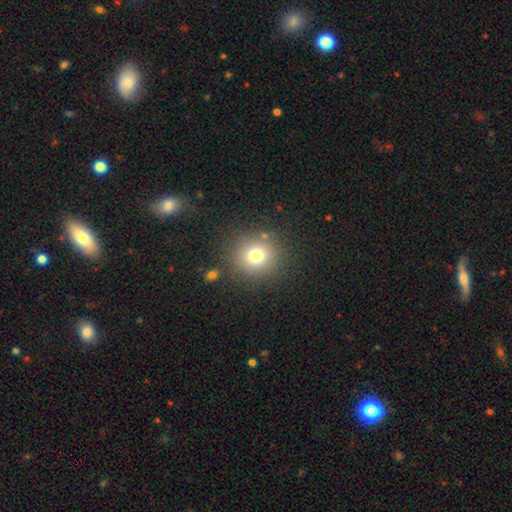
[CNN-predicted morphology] smooth 76%, star or artifact 15%, featured or disk 9%. Down the decision tree: how rounded — round (88%); merging — none (86%).